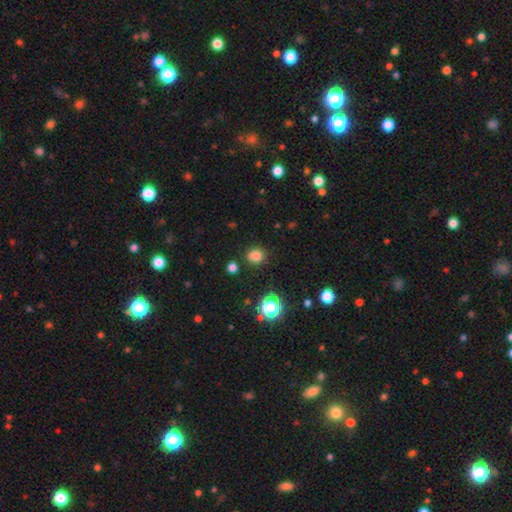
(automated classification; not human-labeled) The model was most divided on "how rounded": round: 72%, in between: 27%, cigar-shaped: 1%. More confident: merging — none (81%); smooth or featured — smooth (78%).